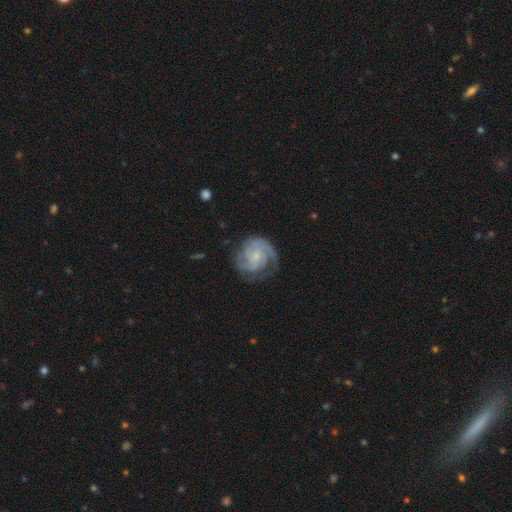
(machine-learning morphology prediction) Q: Smooth or featured?
A: featured or disk (85%); runner-up: smooth (10%)
Q: Edge-on disk?
A: no (98%); runner-up: yes (2%)
Q: Bar?
A: no (61%); runner-up: weak (33%)
Q: Spiral arms?
A: yes (97%); runner-up: no (3%)
Q: Spiral winding?
A: tight (60%); runner-up: medium (33%)
Q: Spiral arm count?
A: 2 (38%); runner-up: 3 (27%)
Q: Bulge size?
A: small (62%); runner-up: moderate (23%)
Q: Merging?
A: none (70%); runner-up: minor disturbance (19%)